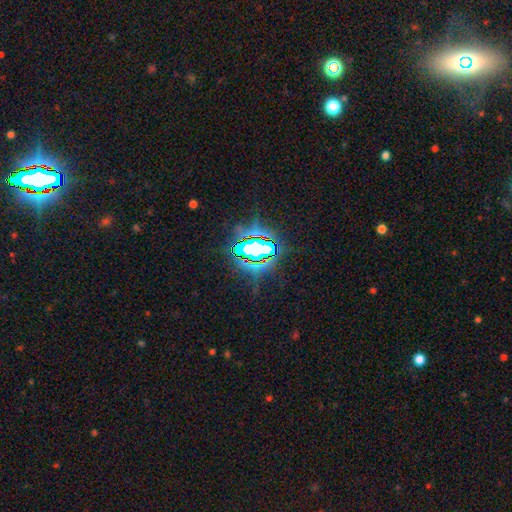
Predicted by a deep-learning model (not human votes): The model was most divided on "smooth or featured": star or artifact: 82%, smooth: 10%, featured or disk: 8%.